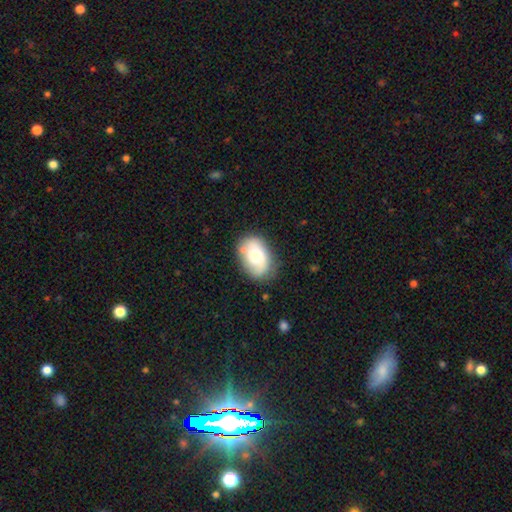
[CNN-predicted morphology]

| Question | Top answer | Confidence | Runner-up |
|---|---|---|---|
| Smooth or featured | smooth | 60% | featured or disk (33%) |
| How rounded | in between | 86% | round (13%) |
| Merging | none | 67% | minor disturbance (22%) |